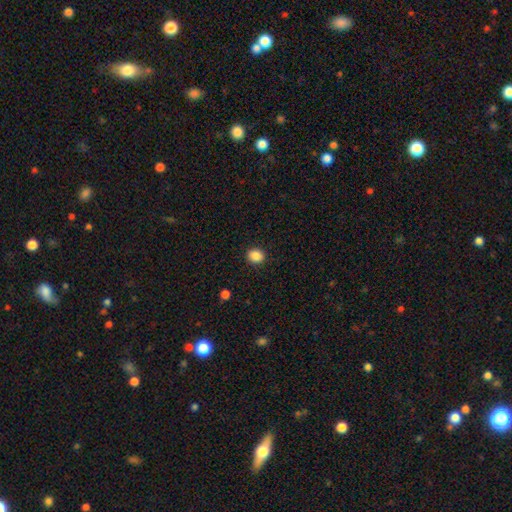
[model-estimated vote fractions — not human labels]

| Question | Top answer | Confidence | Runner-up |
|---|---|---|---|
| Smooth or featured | smooth | 87% | star or artifact (9%) |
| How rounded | round | 72% | in between (27%) |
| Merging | none | 91% | minor disturbance (6%) |